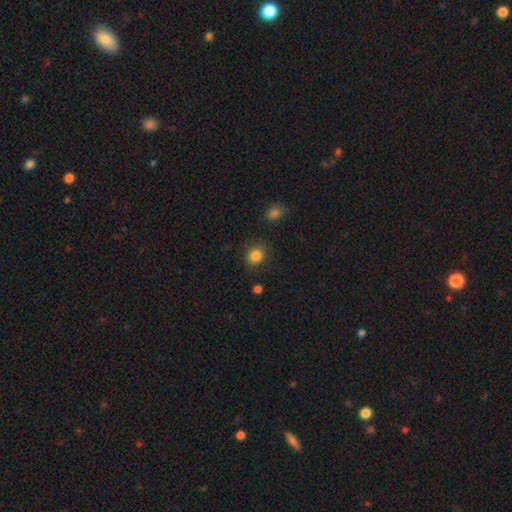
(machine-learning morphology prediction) smooth-or-featured: smooth: 85% | star or artifact: 11% | featured or disk: 4%
  how-rounded: round: 78% | in between: 21% | cigar-shaped: 1%
  merging: none: 85% | minor disturbance: 10% | major disturbance: 3% | merger: 2%